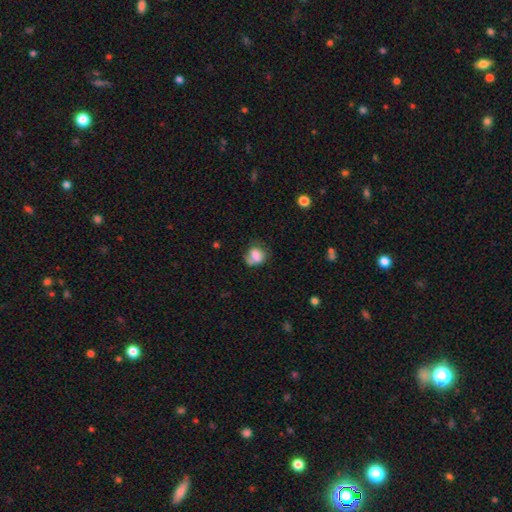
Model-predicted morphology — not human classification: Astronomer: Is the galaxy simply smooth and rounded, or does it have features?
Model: smooth — 73%.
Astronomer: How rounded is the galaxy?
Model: round — 54% (runner-up: in between, 45%).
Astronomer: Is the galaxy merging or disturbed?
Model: none — 41% (runner-up: minor disturbance, 27%).